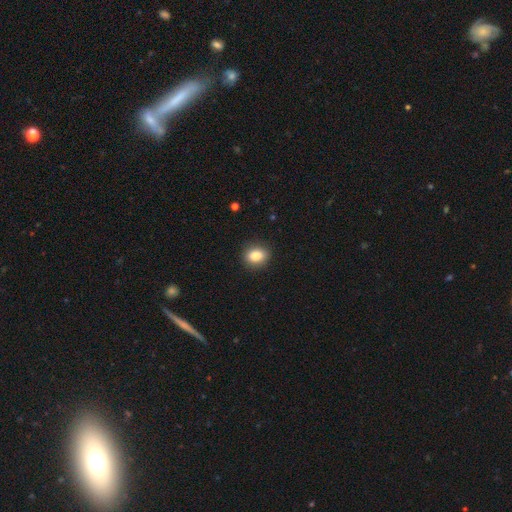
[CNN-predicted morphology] Overall: smooth (82%). How rounded: in between (50%; round 48%). Merging: none (90%).